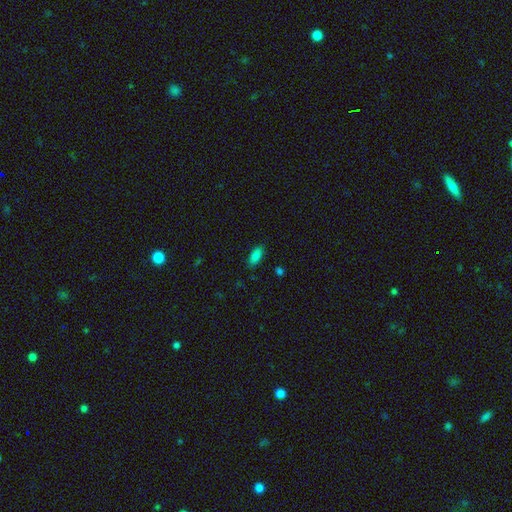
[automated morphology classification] The model was most divided on "how rounded": in between: 86%, cigar-shaped: 12%, round: 2%. More confident: merging — none (86%); smooth or featured — smooth (85%).